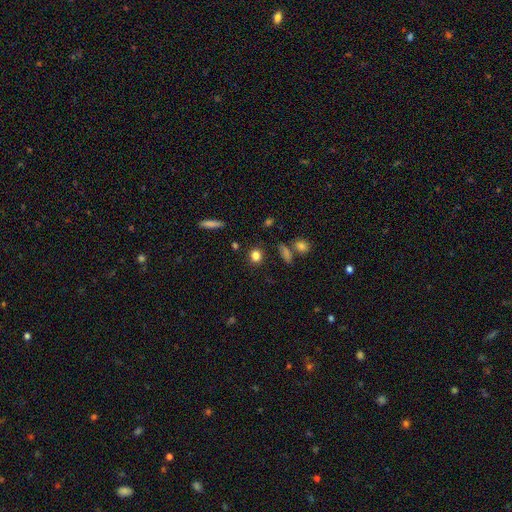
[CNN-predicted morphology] Smooth or featured? Predicted: smooth (p=0.82). How rounded? Predicted: round (p=0.63). Merging? Predicted: none (p=0.84).